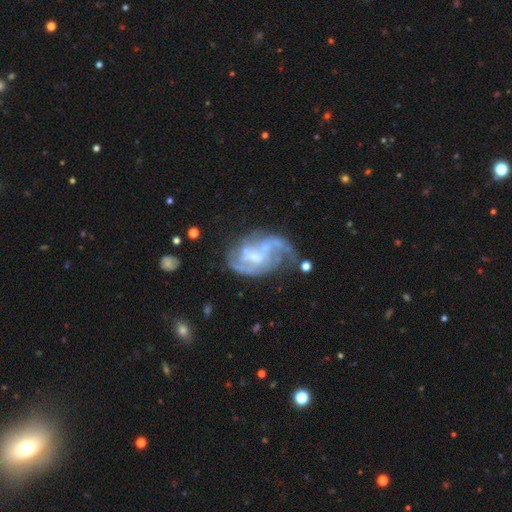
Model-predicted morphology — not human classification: A featured or disk galaxy (82%) with a weak bar (48%), 2 (43%) medium (43%) spiral arms (83%) and a small central bulge (40%). Merging: none (39%).